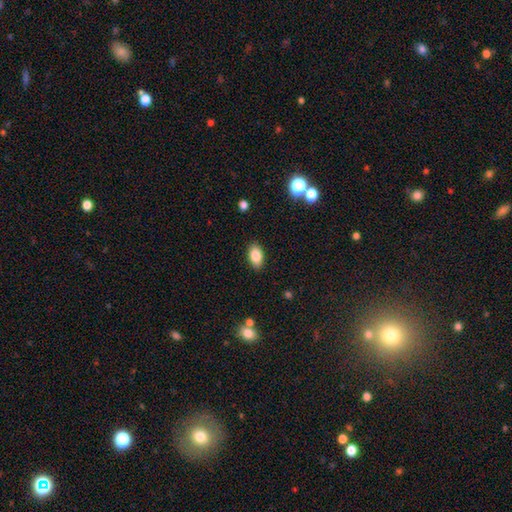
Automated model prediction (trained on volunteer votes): The model was most divided on "smooth or featured": smooth: 85%, star or artifact: 8%, featured or disk: 7%. More confident: how rounded — in between (92%); merging — none (88%).